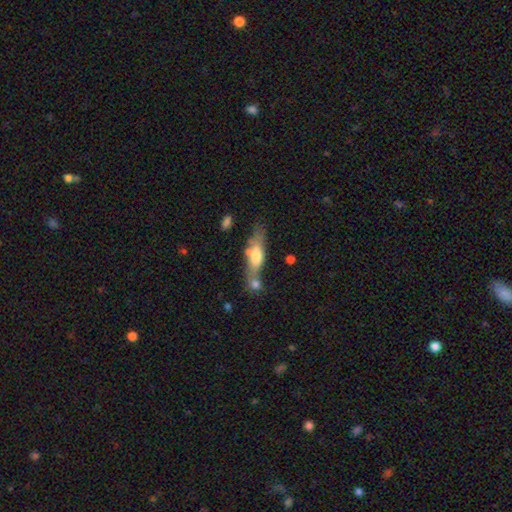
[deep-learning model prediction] smooth_or_featured: smooth (p=0.59) [alt: featured or disk p=0.35]
how_rounded: cigar-shaped (p=0.52) [alt: in between p=0.45]
merging: none (p=0.41) [alt: merger p=0.30]